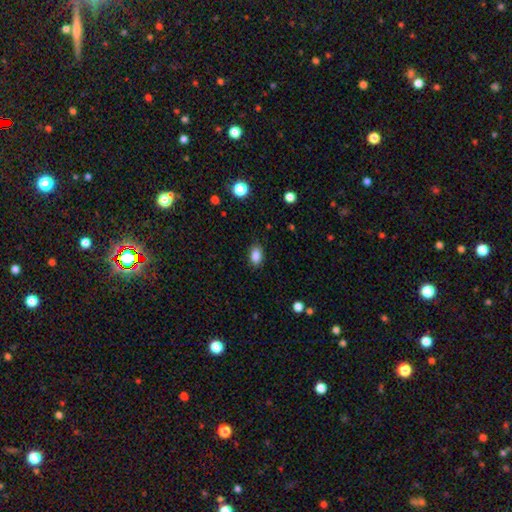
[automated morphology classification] type=smooth (87%); roundness=in between (86%); merging=none (85%).